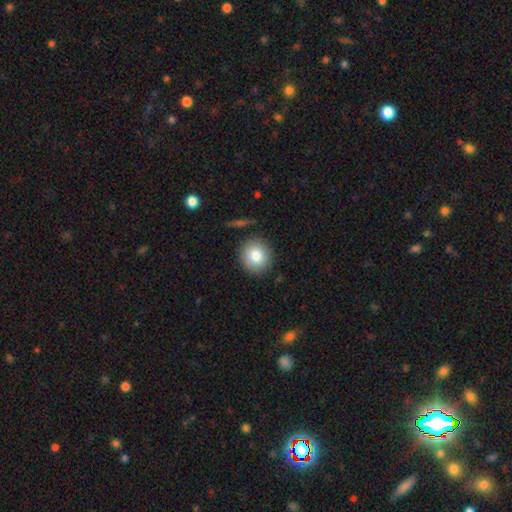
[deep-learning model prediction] smooth-or-featured: smooth: 81% | featured or disk: 10% | star or artifact: 9%
  how-rounded: round: 88% | in between: 11% | cigar-shaped: 1%
  merging: none: 87% | minor disturbance: 9% | major disturbance: 2% | merger: 2%